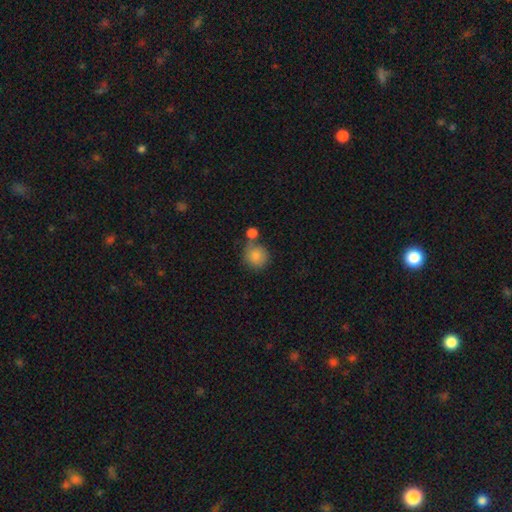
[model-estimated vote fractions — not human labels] A smooth galaxy with no disk features (85%) that is round (90%). Merging: none (58%).